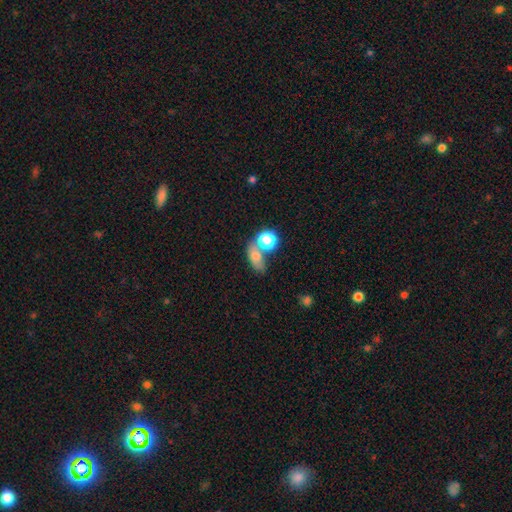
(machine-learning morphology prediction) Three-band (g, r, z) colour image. It shows a smooth galaxy with no disk features (70%) that is in between round and cigar-shaped (66%). Merging: none (40%).